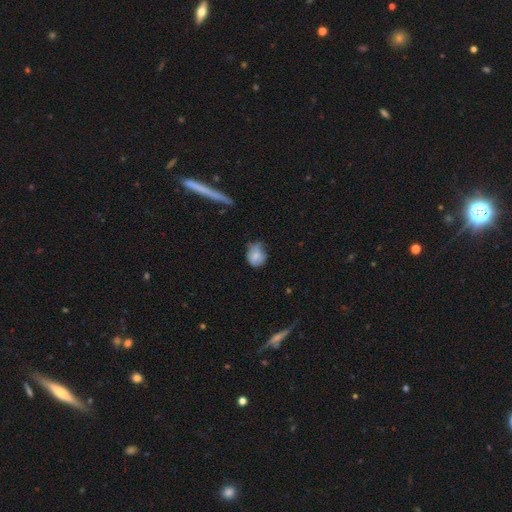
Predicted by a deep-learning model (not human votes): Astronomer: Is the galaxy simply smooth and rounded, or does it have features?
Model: smooth — 73%.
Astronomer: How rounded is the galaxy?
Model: in between — 50% (runner-up: round, 49%).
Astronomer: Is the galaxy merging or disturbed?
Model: none — 44% (runner-up: minor disturbance, 40%).